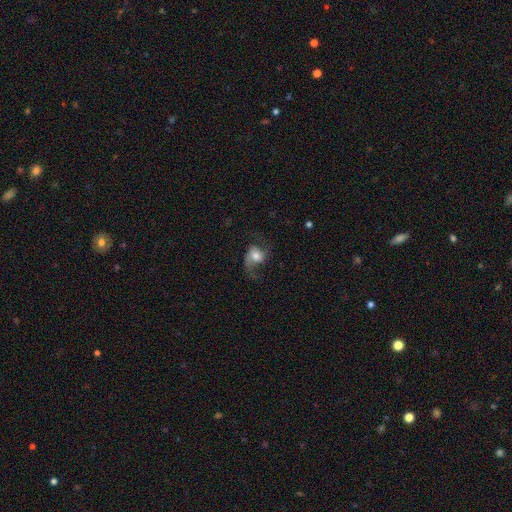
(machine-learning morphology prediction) A featured or disk galaxy (65%) with no bar (59%), 2 (76%) loose (67%) spiral arms (92%) and a moderate central bulge (55%).

Vote fractions:
- Smooth or featured? featured or disk: 65% / smooth: 26% / star or artifact: 8%
- Edge-on disk? no: 97% / yes: 3%
- Bar? no: 59% / weak: 32% / strong: 9%
- Spiral arms? yes: 92% / no: 8%
- Spiral winding? loose: 67% / medium: 28% / tight: 5%
- Spiral arm count? 2: 76% / 1: 18% / can't tell: 3% / 3: 1% / 4: 1% / more than 4: 1%
- Bulge size? moderate: 55% / large: 21% / small: 17% / dominant: 4% / none: 3%
- Merging? none: 56% / major disturbance: 24% / minor disturbance: 18% / merger: 2%